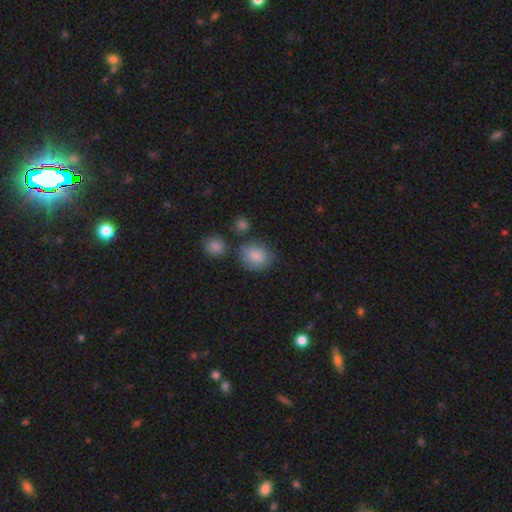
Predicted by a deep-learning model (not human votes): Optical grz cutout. It shows a smooth galaxy with no disk features (84%) that is in between round and cigar-shaped (50%). Merging: none (64%).